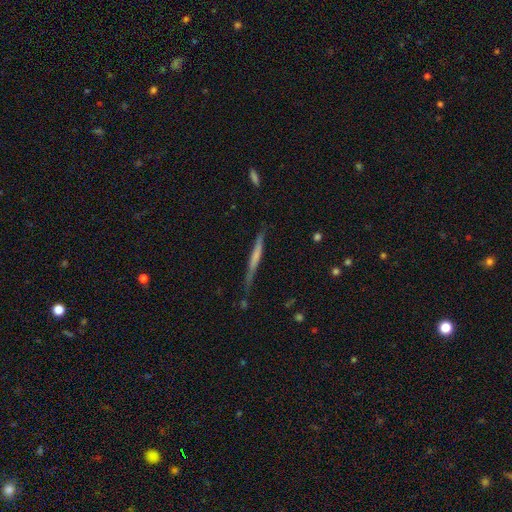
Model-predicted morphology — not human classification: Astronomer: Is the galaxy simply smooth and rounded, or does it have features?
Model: featured or disk — 47% (runner-up: smooth, 46%).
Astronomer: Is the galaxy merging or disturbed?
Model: none — 71%.